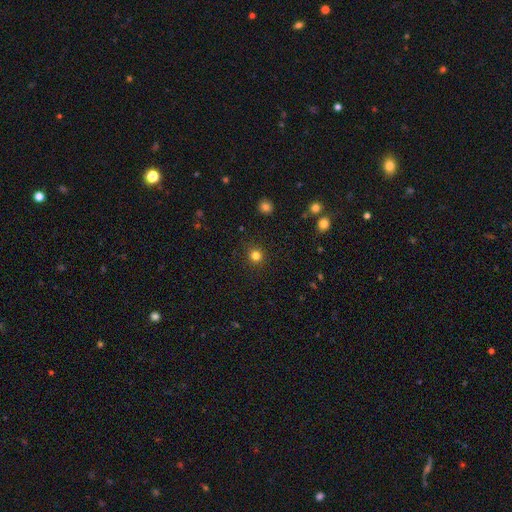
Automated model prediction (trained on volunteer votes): Q: Smooth or featured?
A: smooth (80%); runner-up: star or artifact (15%)
Q: How rounded?
A: round (93%); runner-up: in between (6%)
Q: Merging?
A: none (90%); runner-up: minor disturbance (6%)